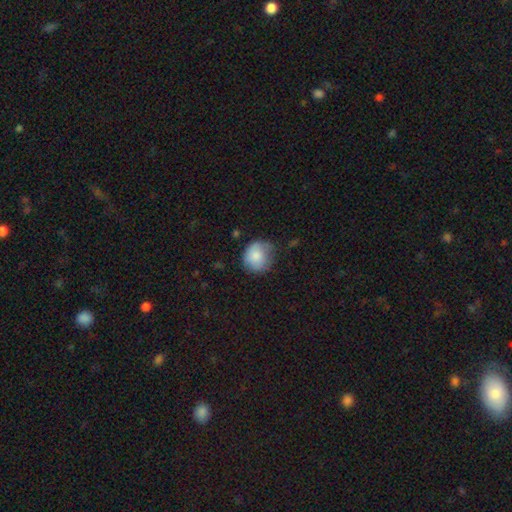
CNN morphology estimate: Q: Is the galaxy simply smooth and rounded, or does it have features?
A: smooth — 78%.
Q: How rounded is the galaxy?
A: round — 79%.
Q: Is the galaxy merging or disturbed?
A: none — 57%.